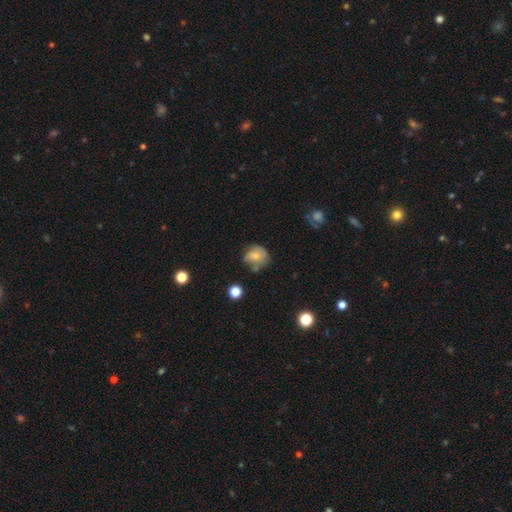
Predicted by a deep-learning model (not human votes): Morphology: type=smooth (62%); roundness=round (69%); merging=none (50%).